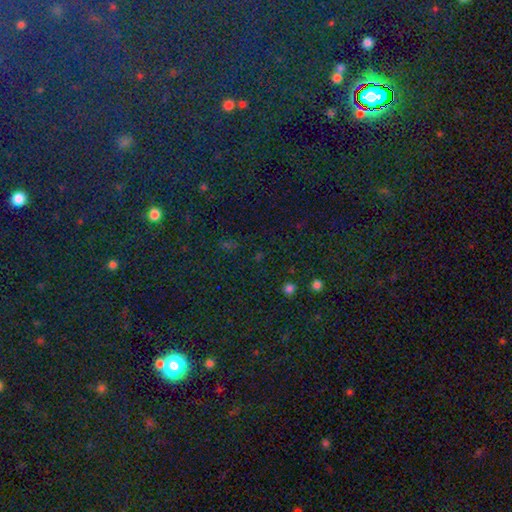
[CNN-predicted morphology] Overall: star or artifact (81%).